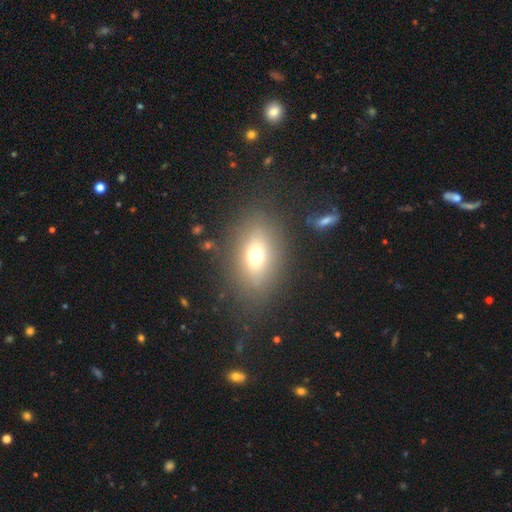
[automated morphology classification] Smooth or featured: smooth — 65% (featured or disk — 21%)
How rounded: in between — 76% (round — 19%)
Merging: none — 78% (minor disturbance — 12%)